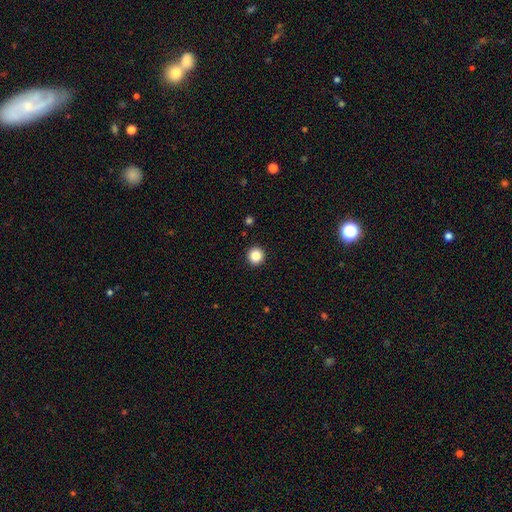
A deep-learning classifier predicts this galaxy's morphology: Smooth or featured: smooth — 86% (star or artifact — 10%)
How rounded: round — 95% (in between — 4%)
Merging: none — 93% (minor disturbance — 4%)